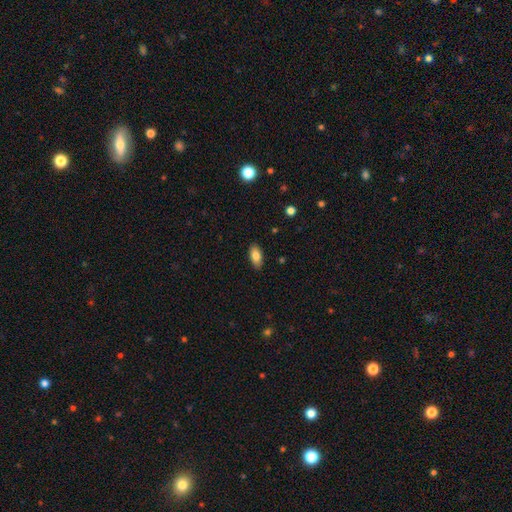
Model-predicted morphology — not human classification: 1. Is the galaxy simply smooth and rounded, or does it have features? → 84% smooth, 9% featured or disk, 7% star or artifact.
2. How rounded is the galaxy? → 90% in between, 7% cigar-shaped, 3% round.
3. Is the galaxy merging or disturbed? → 87% none, 10% minor disturbance, 2% major disturbance, 1% merger.